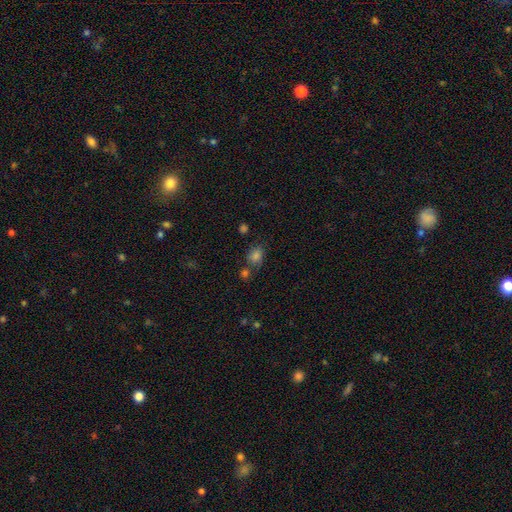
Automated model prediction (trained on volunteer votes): Q: Smooth or featured?
A: smooth (75%); runner-up: star or artifact (17%)
Q: How rounded?
A: round (53%); runner-up: in between (45%)
Q: Merging?
A: none (60%); runner-up: minor disturbance (17%)